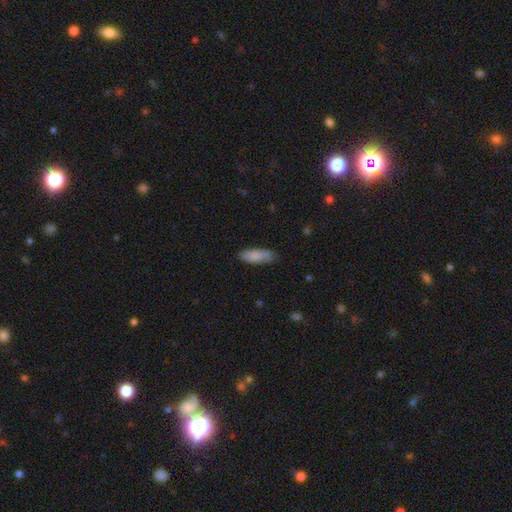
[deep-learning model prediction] A smooth galaxy with no disk features (83%) that is in between round and cigar-shaped (65%). Merging: none (77%).